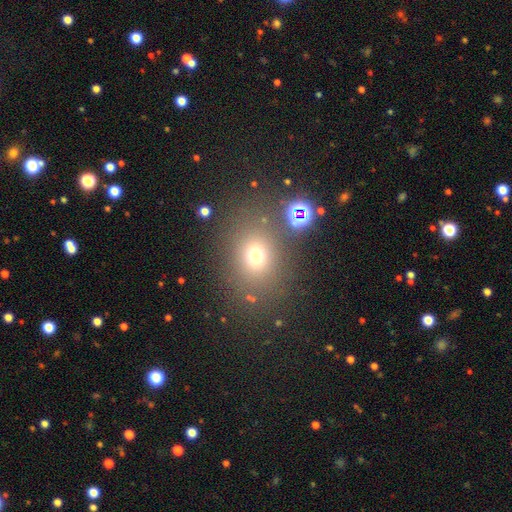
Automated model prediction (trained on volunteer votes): smooth 68%, star or artifact 21%, featured or disk 10%. Down the decision tree: how rounded — round (62%); merging — none (76%).